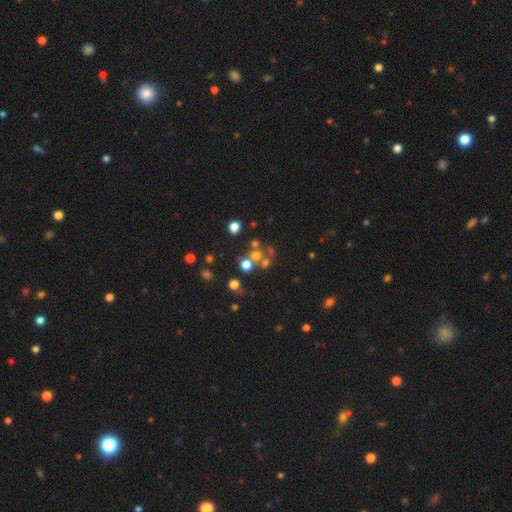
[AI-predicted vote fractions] A smooth galaxy with no disk features (54%) that is round (87%).

Vote fractions:
- Smooth or featured? smooth: 54% / star or artifact: 28% / featured or disk: 18%
- How rounded? round: 87% / in between: 12% / cigar-shaped: 1%
- Merging? none: 54% / merger: 31% / minor disturbance: 8% / major disturbance: 6%